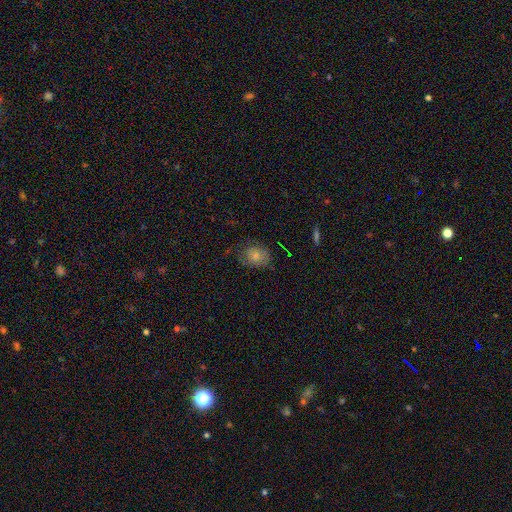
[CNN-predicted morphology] Smooth or featured? smooth (71%)
How rounded? round (52%)
Merging? none (64%)